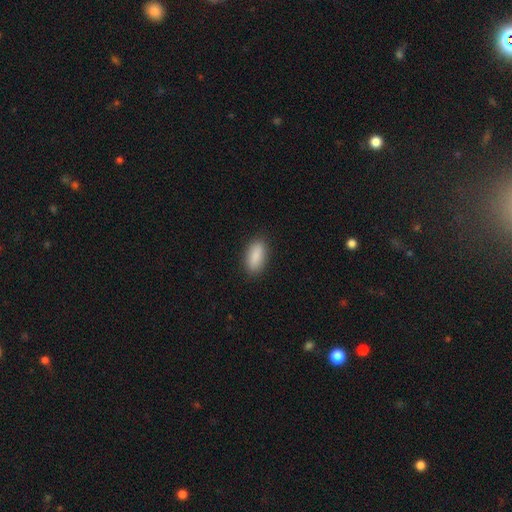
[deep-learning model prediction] Smooth or featured? smooth (89%)
How rounded? in between (86%)
Merging? none (88%)